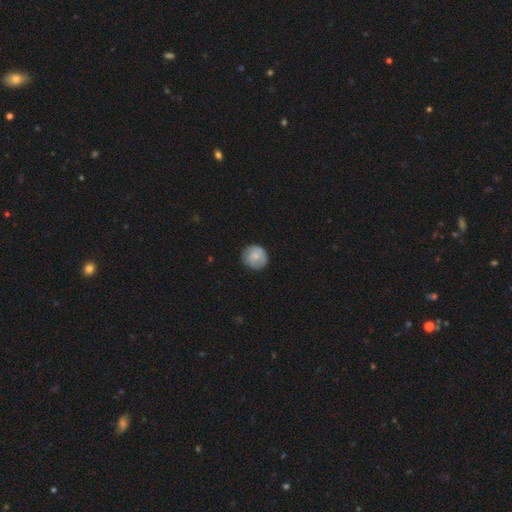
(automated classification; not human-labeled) Smooth or featured: smooth — 73% (featured or disk — 20%)
How rounded: round — 91% (in between — 8%)
Merging: none — 78% (minor disturbance — 18%)